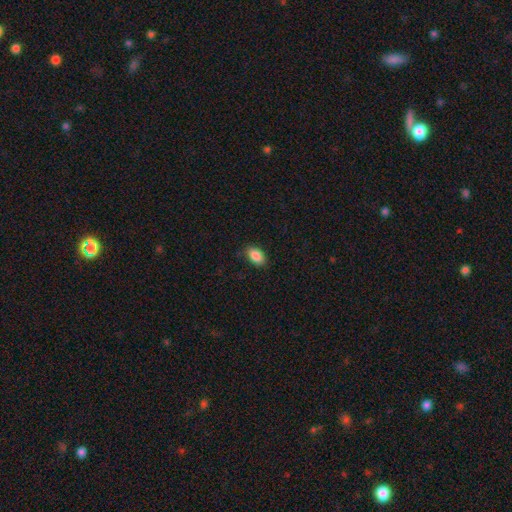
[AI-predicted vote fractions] This appears to be a smooth galaxy with no disk features (88%) that is in between round and cigar-shaped (89%). Merging: none (85%).